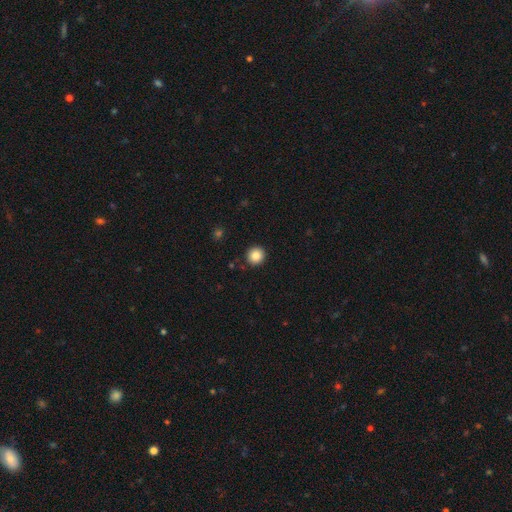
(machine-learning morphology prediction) Smooth or featured?
  - smooth: 86% *
  - star or artifact: 9%
  - featured or disk: 4%
How rounded?
  - round: 94% *
  - in between: 5%
  - cigar-shaped: 1%
Merging?
  - none: 91% *
  - minor disturbance: 6%
  - major disturbance: 2%
  - merger: 1%